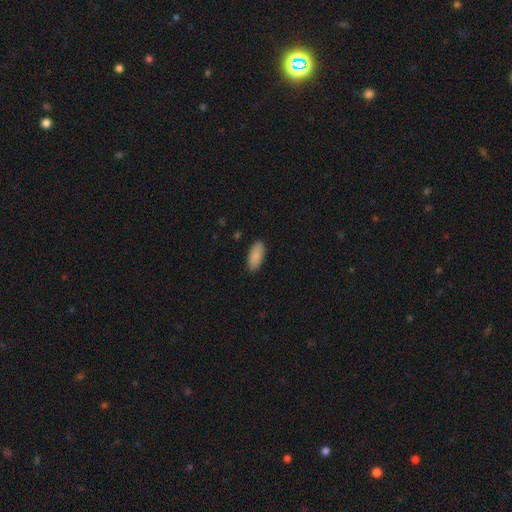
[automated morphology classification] smooth 89%, star or artifact 6%, featured or disk 5%. Down the decision tree: how rounded — in between (88%); merging — none (88%).